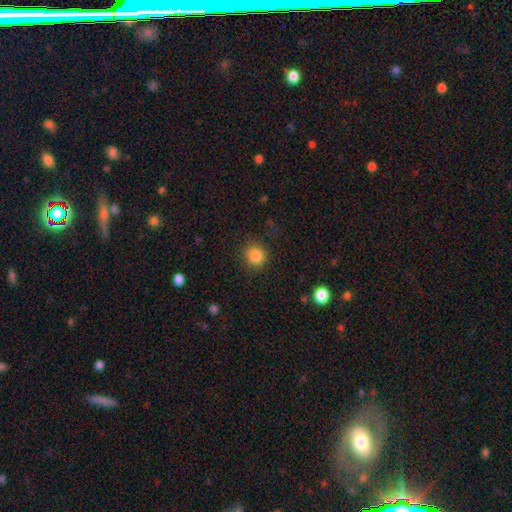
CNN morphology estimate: Smooth or featured? Predicted: smooth (p=0.85). How rounded? Predicted: round (p=0.85). Merging? Predicted: none (p=0.85).